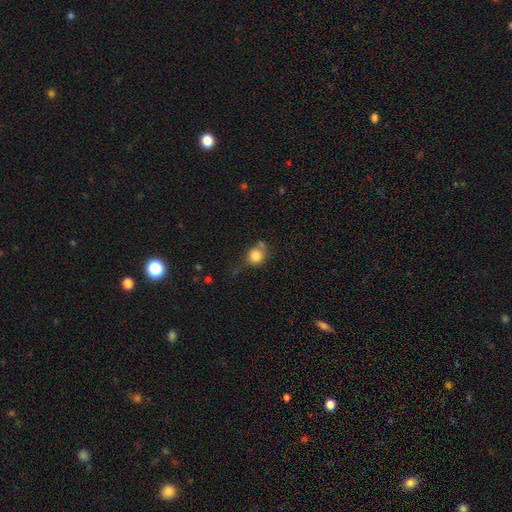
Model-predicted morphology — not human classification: Overall: smooth (81%). How rounded: round (80%). Merging: none (54%; minor disturbance 26%).